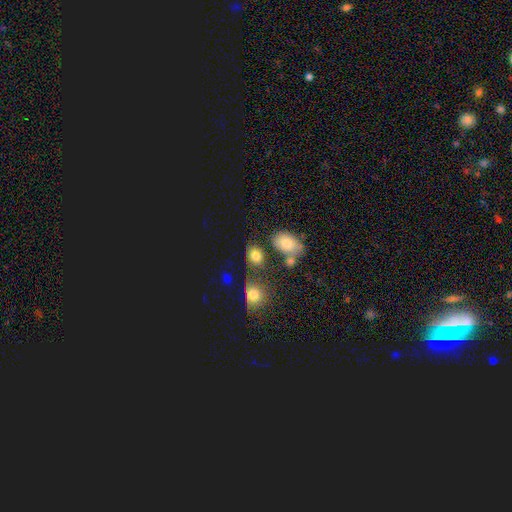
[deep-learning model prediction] smooth-or-featured: smooth: 77% | star or artifact: 14% | featured or disk: 9%
  how-rounded: in between: 61% | round: 37% | cigar-shaped: 2%
  merging: none: 57% | minor disturbance: 19% | merger: 15% | major disturbance: 9%